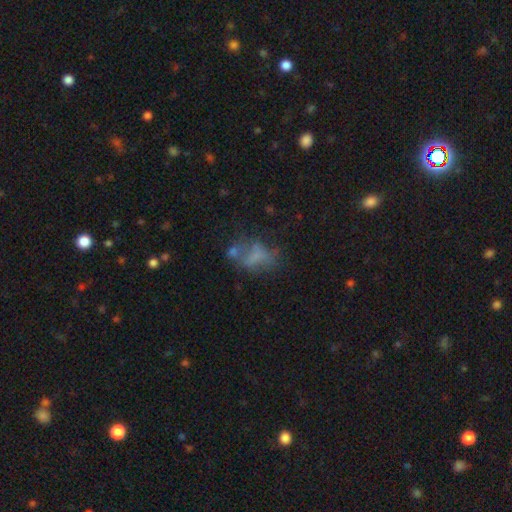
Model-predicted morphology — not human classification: This is possibly a smooth galaxy (48%). Merging: marginally none (36%).